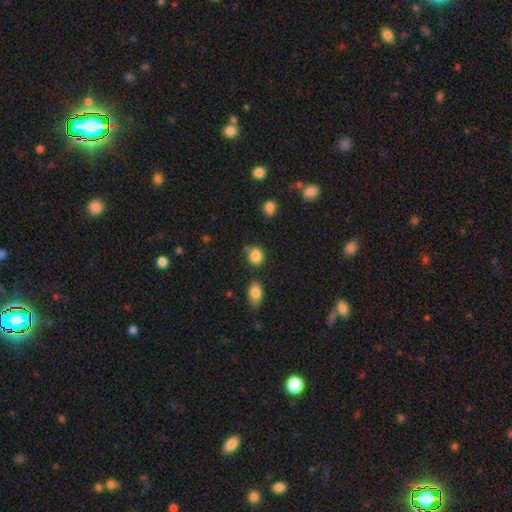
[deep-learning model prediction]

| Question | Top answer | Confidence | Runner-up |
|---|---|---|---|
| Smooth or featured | smooth | 85% | star or artifact (10%) |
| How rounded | round | 66% | in between (33%) |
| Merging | none | 69% | minor disturbance (18%) |